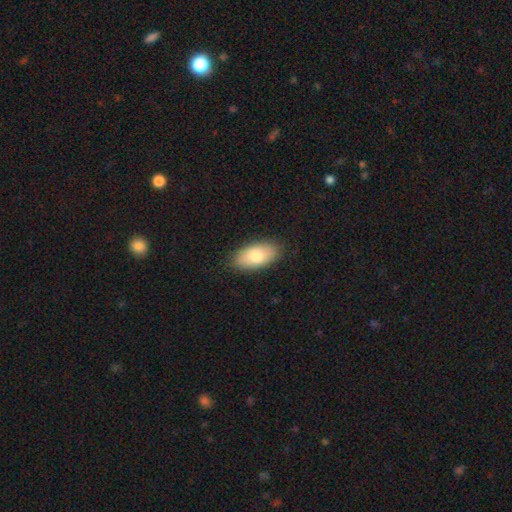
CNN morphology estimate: type=smooth (78%); roundness=in between (93%); merging=none (86%).